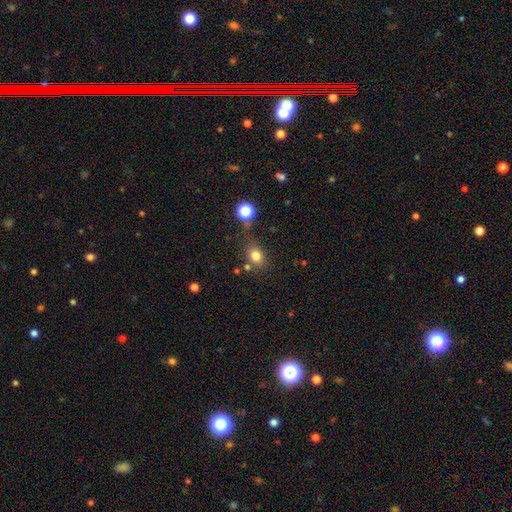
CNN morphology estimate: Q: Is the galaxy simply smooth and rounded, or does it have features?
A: smooth — 80%.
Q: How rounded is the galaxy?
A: in between — 50%.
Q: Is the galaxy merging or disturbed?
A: none — 69%.